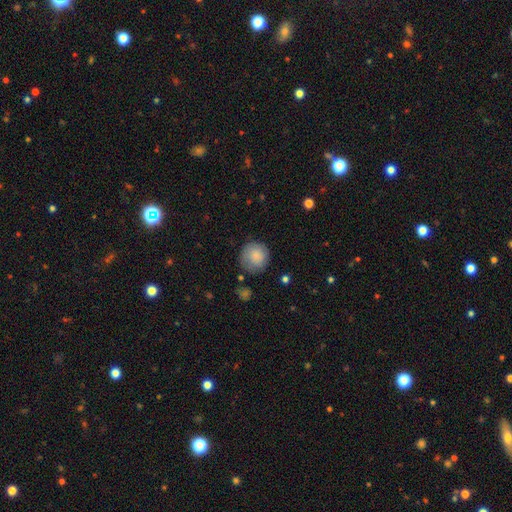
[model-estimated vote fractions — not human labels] Smooth or featured? Predicted: smooth (p=0.82). How rounded? Predicted: round (p=0.91). Merging? Predicted: none (p=0.75).